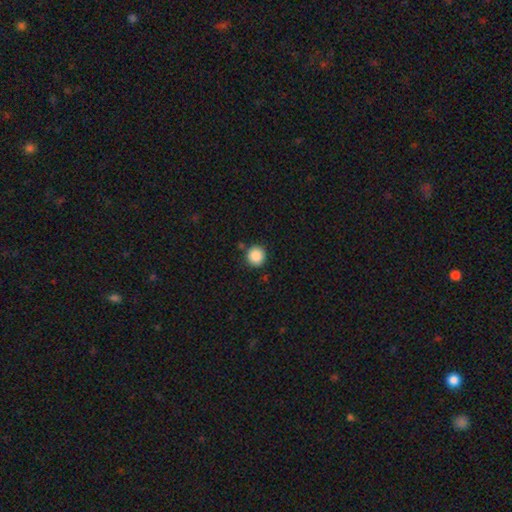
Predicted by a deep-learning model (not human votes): Overall: smooth (88%). How rounded: round (93%). Merging: none (87%).